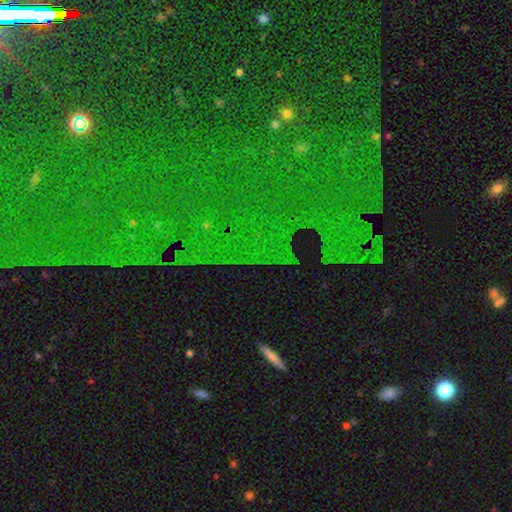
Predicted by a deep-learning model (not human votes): This appears to be a star or artifact, not a galaxy (79%).